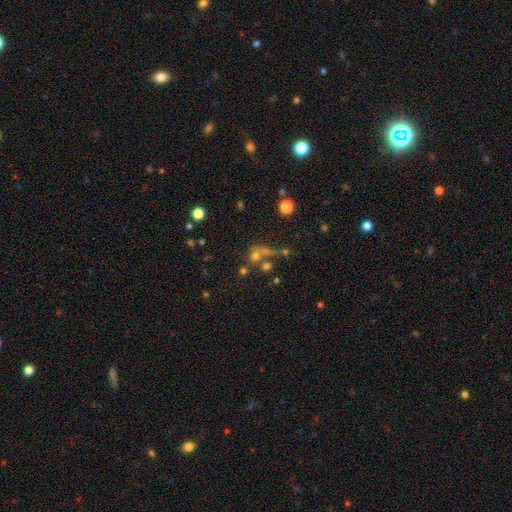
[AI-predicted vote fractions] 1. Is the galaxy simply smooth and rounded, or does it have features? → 58% smooth, 26% star or artifact, 17% featured or disk.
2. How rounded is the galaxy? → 78% round, 18% in between, 4% cigar-shaped.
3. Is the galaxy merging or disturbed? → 44% none, 36% merger, 10% major disturbance, 9% minor disturbance.